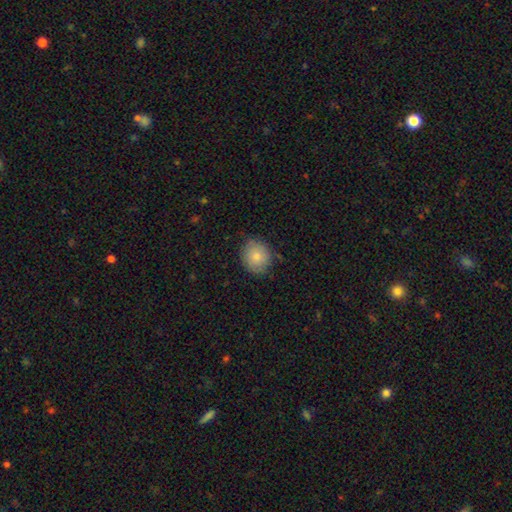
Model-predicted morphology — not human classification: A smooth galaxy with no disk features (77%) that is round (83%).

Vote fractions:
- Smooth or featured? smooth: 77% / featured or disk: 13% / star or artifact: 9%
- How rounded? round: 83% / in between: 16% / cigar-shaped: 1%
- Merging? none: 82% / minor disturbance: 14% / major disturbance: 3% / merger: 1%